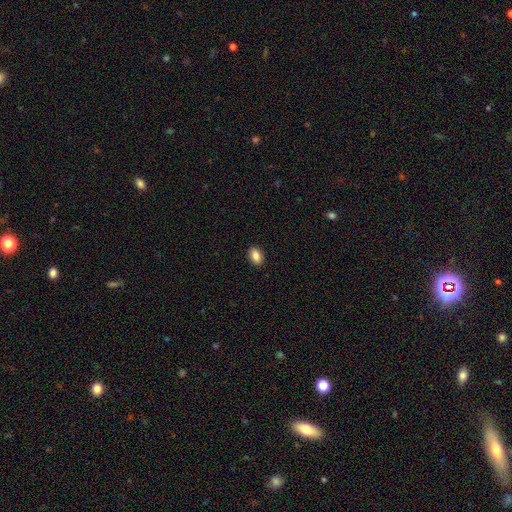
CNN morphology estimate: smooth_or_featured: smooth (p=0.87) [alt: star or artifact p=0.08]
how_rounded: in between (p=0.85) [alt: round p=0.13]
merging: none (p=0.91) [alt: minor disturbance p=0.07]